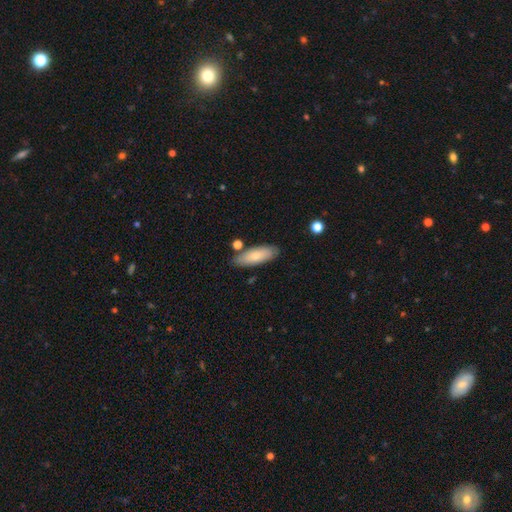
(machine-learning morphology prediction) Smooth or featured? Predicted: smooth (p=0.77). How rounded? Predicted: in between (p=0.68). Merging? Predicted: none (p=0.80).